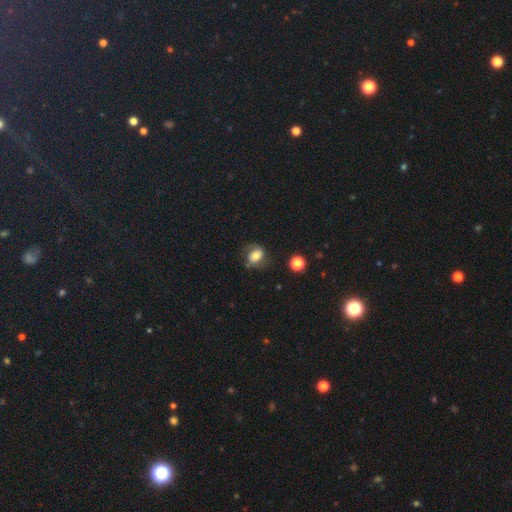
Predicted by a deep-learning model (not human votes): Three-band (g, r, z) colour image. It shows a smooth galaxy with no disk features (64%) that is in between round and cigar-shaped (60%). Merging: none (61%).